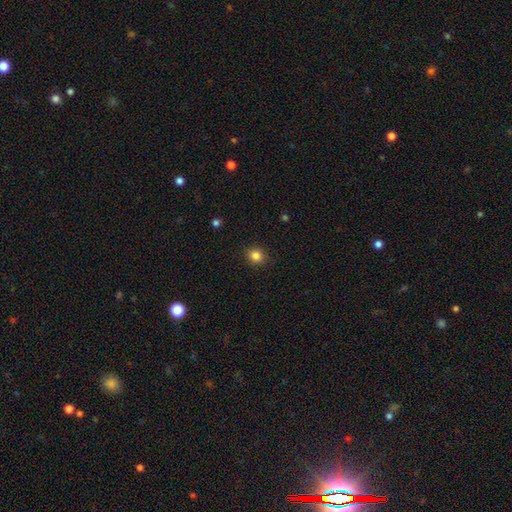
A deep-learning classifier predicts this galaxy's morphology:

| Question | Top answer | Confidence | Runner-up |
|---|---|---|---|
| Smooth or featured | smooth | 84% | star or artifact (12%) |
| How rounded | round | 82% | in between (17%) |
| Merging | none | 90% | minor disturbance (7%) |